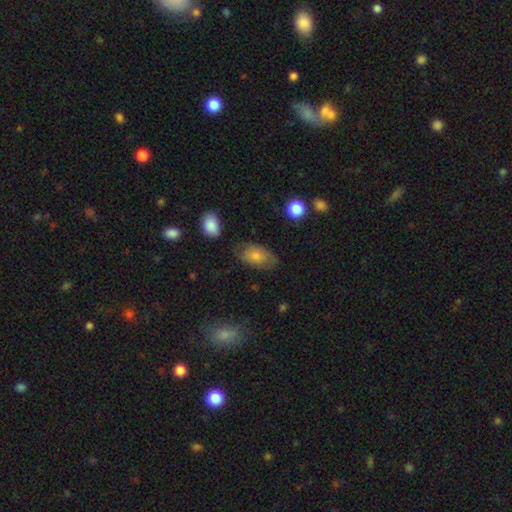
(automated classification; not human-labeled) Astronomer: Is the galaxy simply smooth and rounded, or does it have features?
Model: smooth — 74%.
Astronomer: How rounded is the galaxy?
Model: in between — 91%.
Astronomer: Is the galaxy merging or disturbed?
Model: none — 67%.